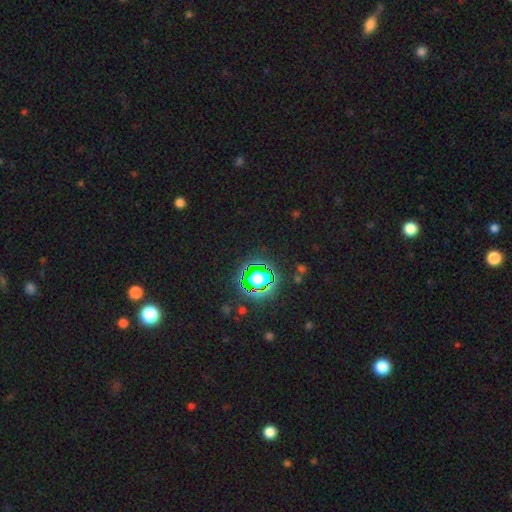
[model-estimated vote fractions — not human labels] Smooth or featured?
  - star or artifact: 82% *
  - smooth: 11%
  - featured or disk: 6%